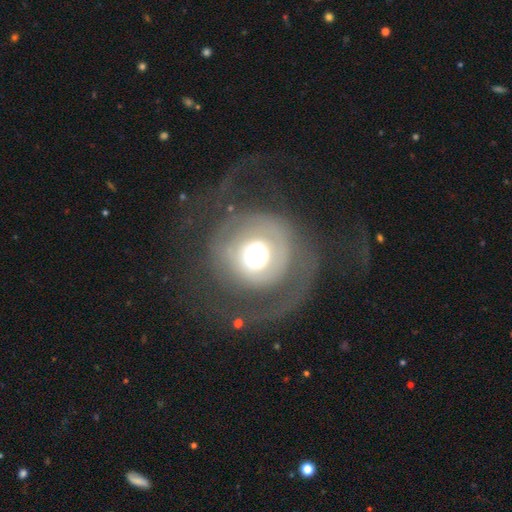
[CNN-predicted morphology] Smooth or featured? featured or disk (63%)
Edge-on disk? no (97%)
Bar? no (86%)
Spiral arms? yes (56%)
Bulge size? large (42%)
Merging? none (47%)